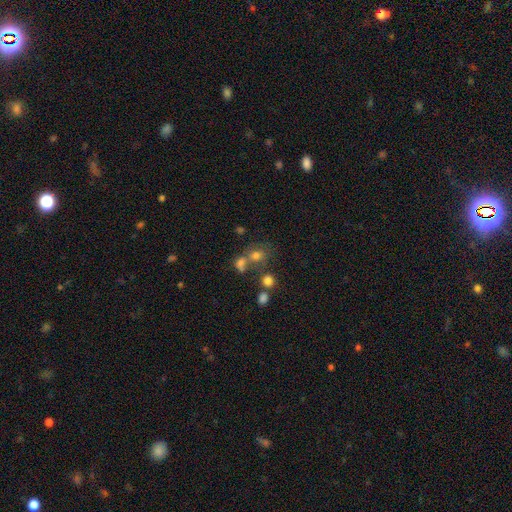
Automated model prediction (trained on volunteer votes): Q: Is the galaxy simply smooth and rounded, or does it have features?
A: smooth — 52%.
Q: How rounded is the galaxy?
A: round — 76%.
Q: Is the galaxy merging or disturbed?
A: none — 50%.